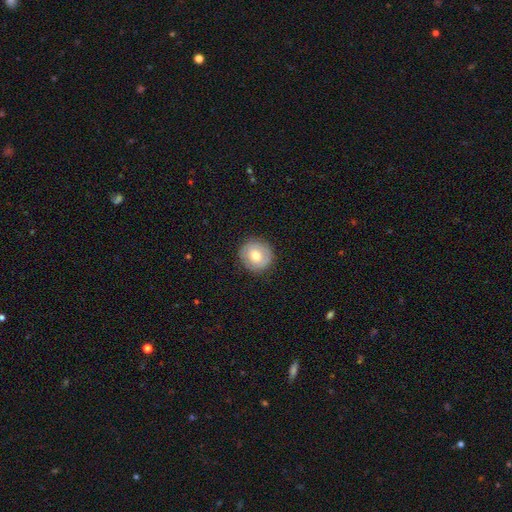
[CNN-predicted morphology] A smooth galaxy with no disk features (66%) that is round (93%). Merging: none (88%).